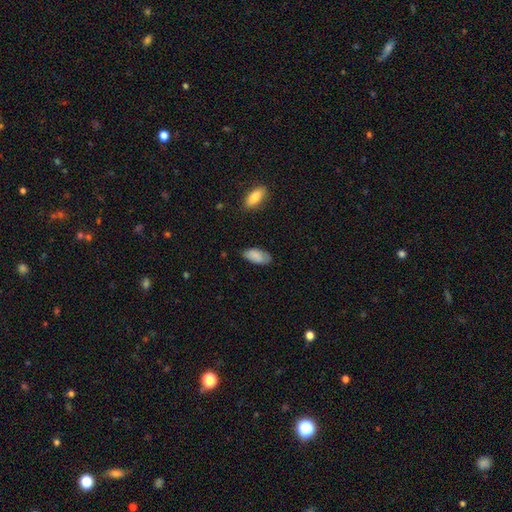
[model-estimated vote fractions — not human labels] Smooth or featured? smooth (83%)
How rounded? in between (94%)
Merging? none (71%)